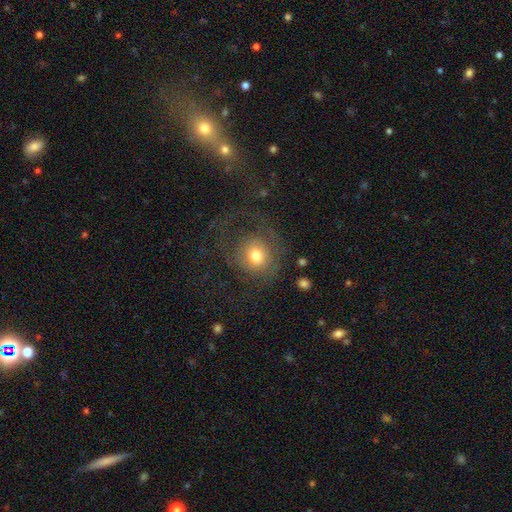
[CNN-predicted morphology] Smooth or featured: smooth — 59% (featured or disk — 29%)
How rounded: round — 83% (in between — 16%)
Merging: none — 48% (major disturbance — 36%)